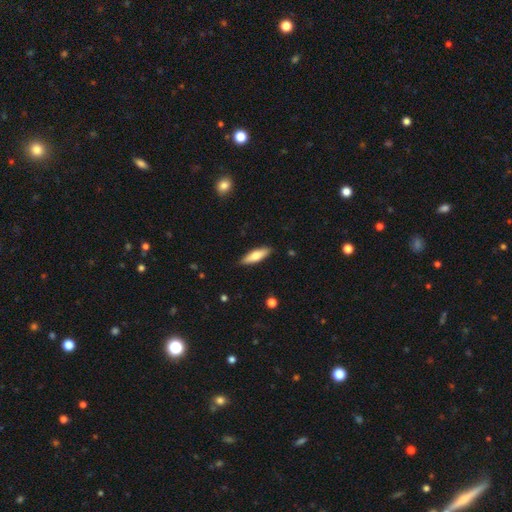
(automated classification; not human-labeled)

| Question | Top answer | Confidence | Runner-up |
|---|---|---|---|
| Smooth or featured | smooth | 67% | featured or disk (27%) |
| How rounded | cigar-shaped | 52% | in between (46%) |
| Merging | none | 88% | minor disturbance (9%) |